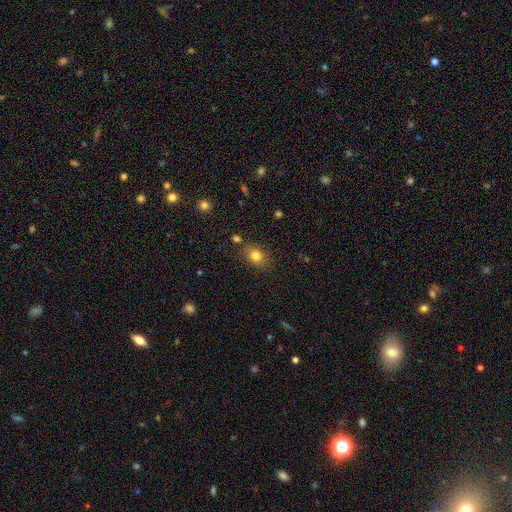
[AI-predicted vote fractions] Smooth or featured? smooth (81%)
How rounded? in between (59%)
Merging? none (80%)